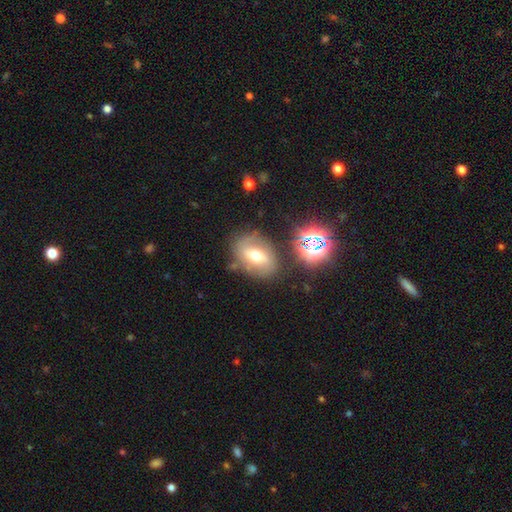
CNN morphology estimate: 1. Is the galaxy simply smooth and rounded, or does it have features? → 43% smooth, 40% featured or disk, 17% star or artifact.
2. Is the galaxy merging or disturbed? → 74% none, 15% minor disturbance, 6% major disturbance, 5% merger.